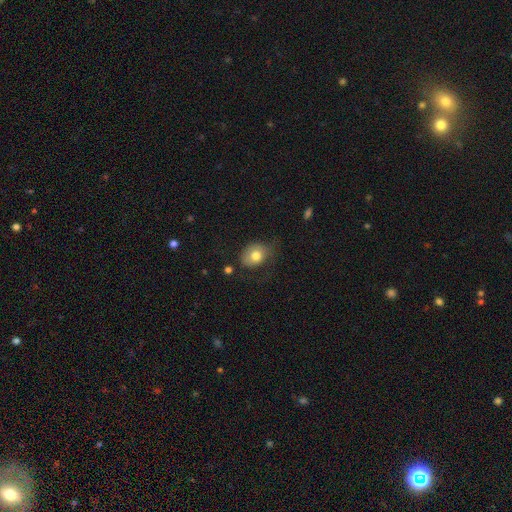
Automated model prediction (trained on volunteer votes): Q: Smooth or featured?
A: smooth (76%); runner-up: featured or disk (15%)
Q: How rounded?
A: in between (60%); runner-up: round (39%)
Q: Merging?
A: none (50%); runner-up: minor disturbance (31%)